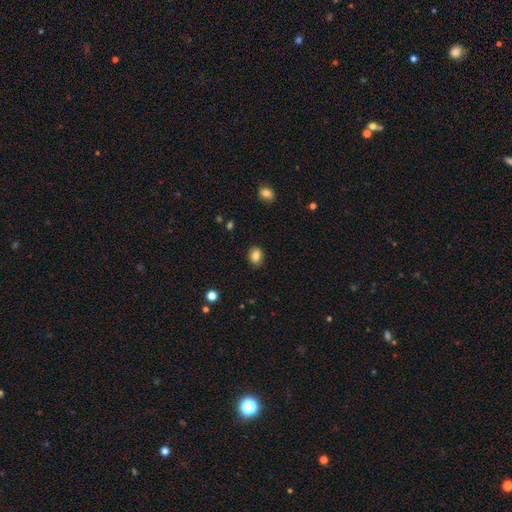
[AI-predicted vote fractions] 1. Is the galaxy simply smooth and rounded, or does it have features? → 83% smooth, 9% star or artifact, 7% featured or disk.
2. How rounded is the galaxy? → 57% in between, 42% round, 1% cigar-shaped.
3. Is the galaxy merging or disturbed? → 86% none, 10% minor disturbance, 2% major disturbance, 1% merger.